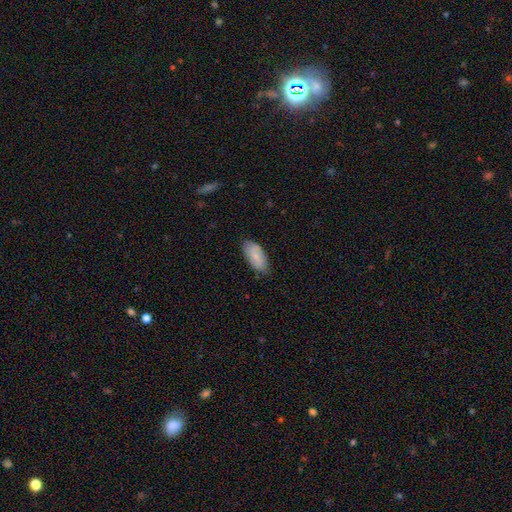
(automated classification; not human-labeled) A smooth galaxy with no disk features (74%) that is in between round and cigar-shaped (93%).

Vote fractions:
- Smooth or featured? smooth: 74% / featured or disk: 20% / star or artifact: 6%
- How rounded? in between: 93% / cigar-shaped: 5% / round: 2%
- Merging? none: 79% / minor disturbance: 18% / major disturbance: 3% / merger: 1%